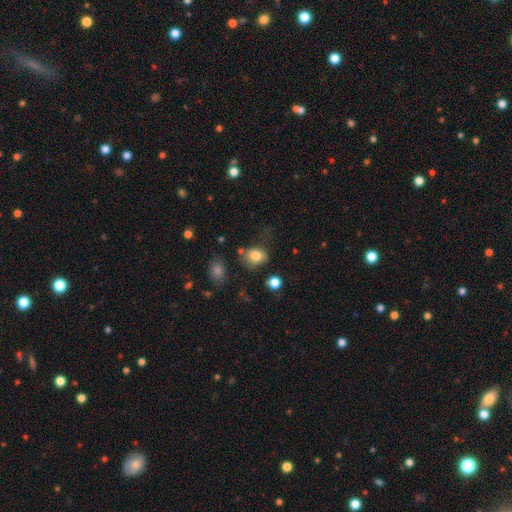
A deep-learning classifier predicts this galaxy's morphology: smooth 81%, star or artifact 11%, featured or disk 8%. Down the decision tree: how rounded — round (50%); merging — none (63%).